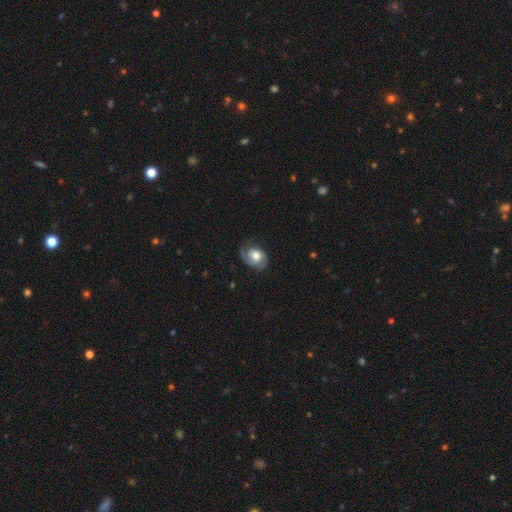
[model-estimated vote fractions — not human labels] Smooth or featured? Predicted: featured or disk (p=0.55). Edge-on disk? Predicted: no (p=0.96). Bar? Predicted: no (p=0.73). Spiral arms? Predicted: yes (p=0.82). Bulge size? Predicted: moderate (p=0.51). Merging? Predicted: none (p=0.64).